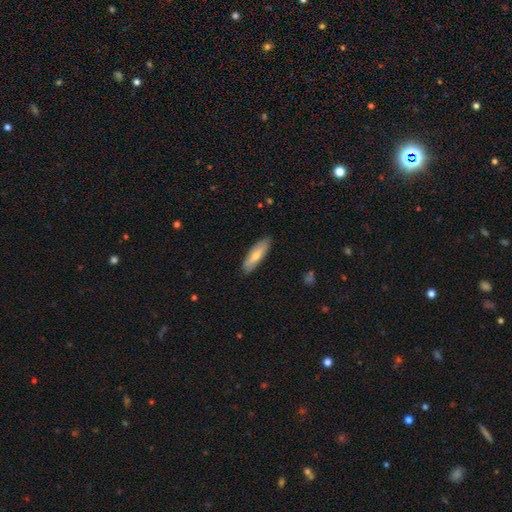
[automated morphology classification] type=smooth (62%); roundness=cigar-shaped (50%); merging=none (86%).